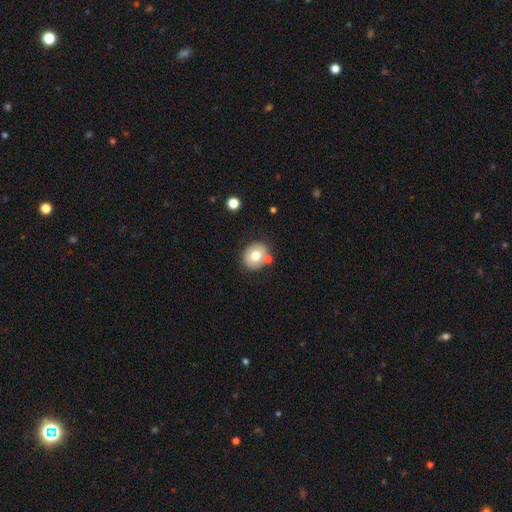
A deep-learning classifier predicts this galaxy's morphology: This is likely a smooth galaxy (74%). How rounded: likely round (72%). Merging: likely none (73%).